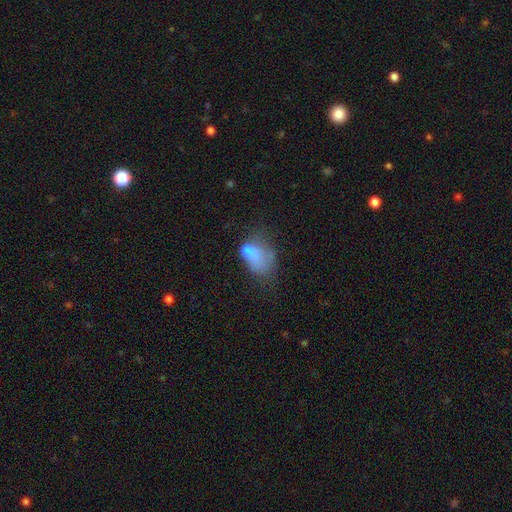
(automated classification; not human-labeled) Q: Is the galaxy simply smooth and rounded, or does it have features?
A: smooth — 63%.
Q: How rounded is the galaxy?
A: in between — 84%.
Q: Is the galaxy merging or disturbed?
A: major disturbance — 48%.